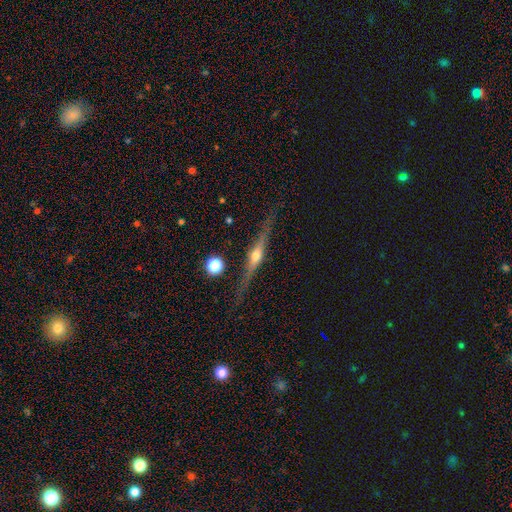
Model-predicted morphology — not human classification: The model was most divided on "smooth or featured": featured or disk: 79%, smooth: 14%, star or artifact: 7%. More confident: edge-on disk — yes (97%); edge-on bulge — rounded (91%); merging — none (85%).